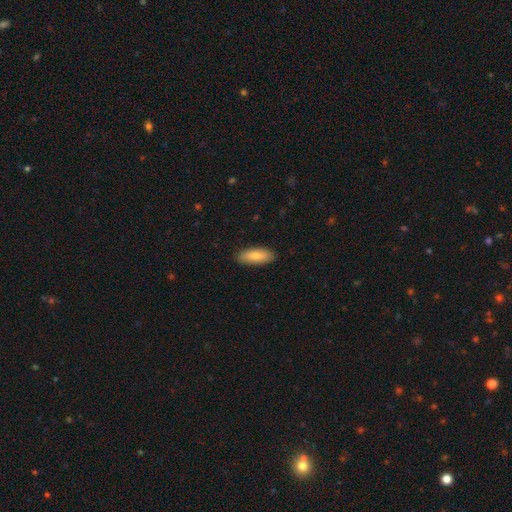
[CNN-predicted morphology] Smooth or featured? Predicted: smooth (p=0.80). How rounded? Predicted: in between (p=0.75). Merging? Predicted: none (p=0.88).